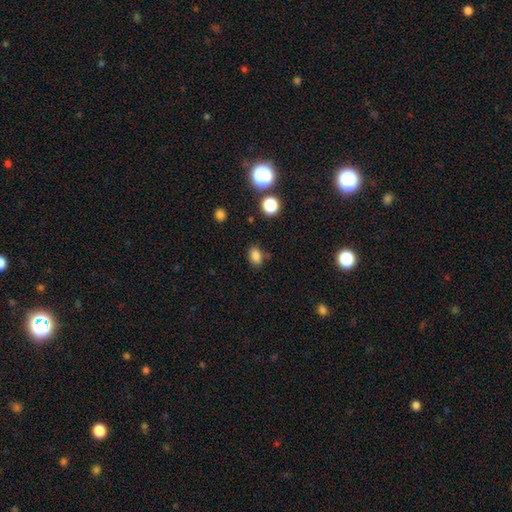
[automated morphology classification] Overall: smooth (83%). How rounded: in between (80%). Merging: none (74%).